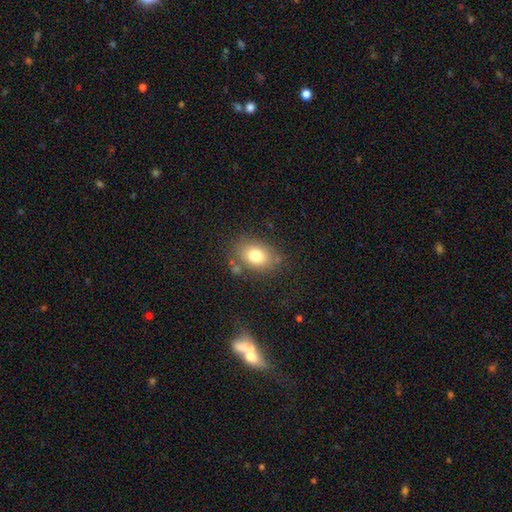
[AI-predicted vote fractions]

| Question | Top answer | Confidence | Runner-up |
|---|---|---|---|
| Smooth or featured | smooth | 77% | featured or disk (13%) |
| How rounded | in between | 72% | round (27%) |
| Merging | none | 76% | minor disturbance (14%) |